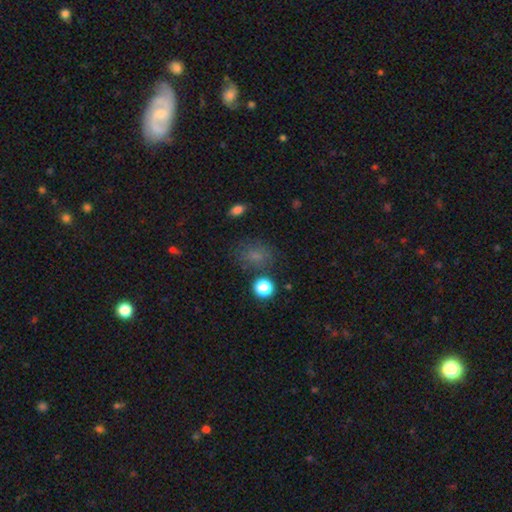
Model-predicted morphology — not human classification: smooth-or-featured: smooth: 67% | star or artifact: 22% | featured or disk: 11%
  how-rounded: round: 50% | in between: 48% | cigar-shaped: 2%
  merging: none: 70% | minor disturbance: 17% | major disturbance: 8% | merger: 6%